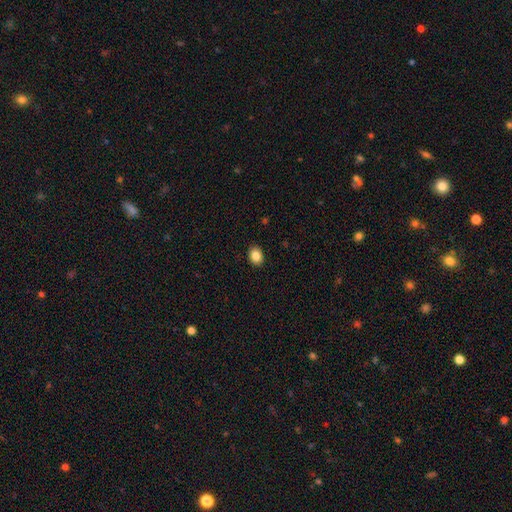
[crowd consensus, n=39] Morphology: type=smooth (92%); roundness=in between (69%); merging=none (86%).